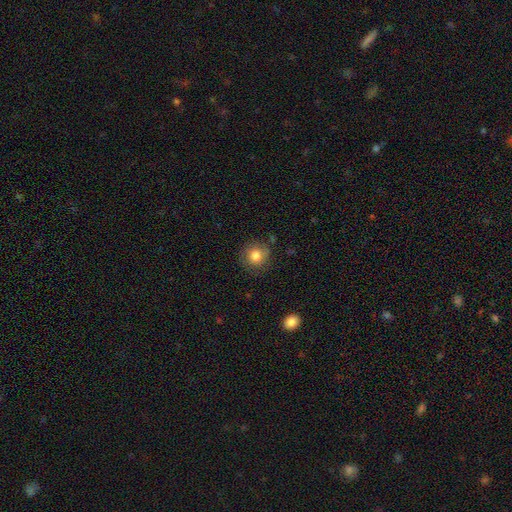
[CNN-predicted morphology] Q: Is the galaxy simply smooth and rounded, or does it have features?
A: smooth — 80%.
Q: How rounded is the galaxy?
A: round — 90%.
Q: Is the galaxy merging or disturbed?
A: none — 80%.